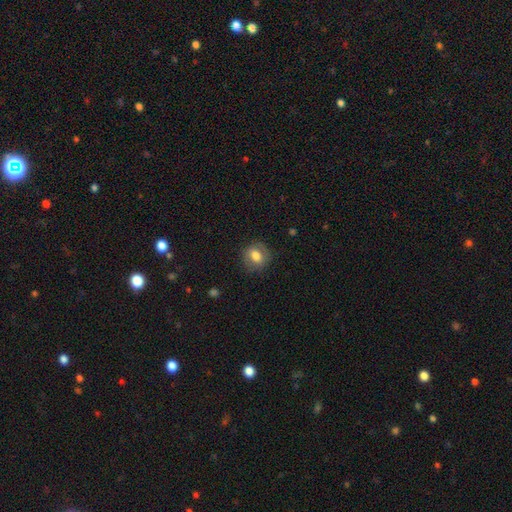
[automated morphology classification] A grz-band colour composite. It shows a smooth galaxy with no disk features (75%) that is round (64%). Merging: none (82%).